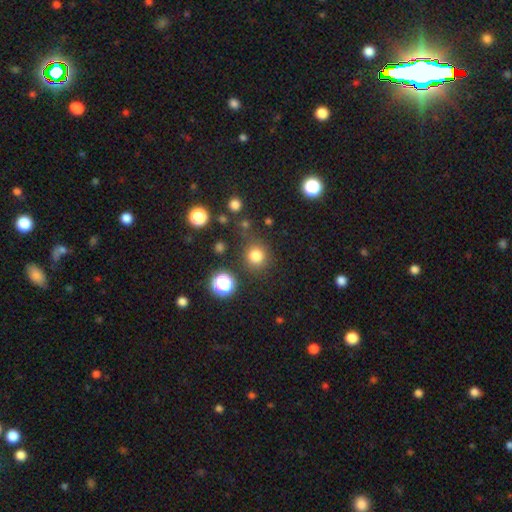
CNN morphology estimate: Smooth or featured?
  - smooth: 78% *
  - star or artifact: 16%
  - featured or disk: 6%
How rounded?
  - round: 91% *
  - in between: 8%
  - cigar-shaped: 1%
Merging?
  - none: 82% *
  - minor disturbance: 10%
  - major disturbance: 4%
  - merger: 4%